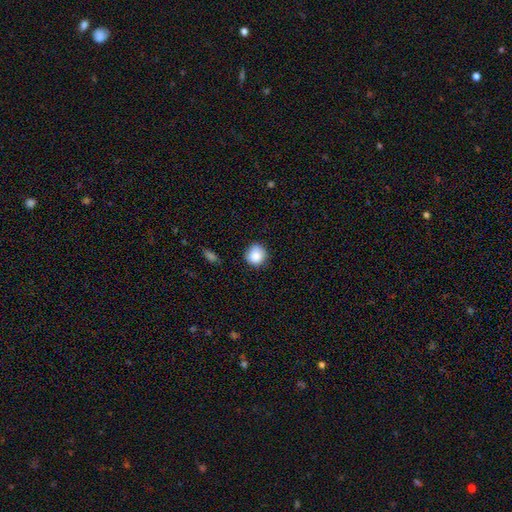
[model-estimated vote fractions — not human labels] Smooth or featured: smooth — 87% (star or artifact — 9%)
How rounded: round — 91% (in between — 8%)
Merging: none — 82% (minor disturbance — 14%)